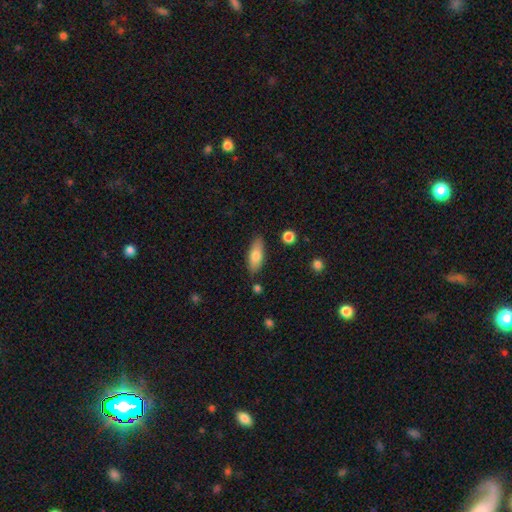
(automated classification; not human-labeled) Smooth or featured?
  - smooth: 75% *
  - featured or disk: 18%
  - star or artifact: 7%
How rounded?
  - in between: 73% *
  - cigar-shaped: 25%
  - round: 3%
Merging?
  - none: 83% *
  - minor disturbance: 12%
  - merger: 3%
  - major disturbance: 3%